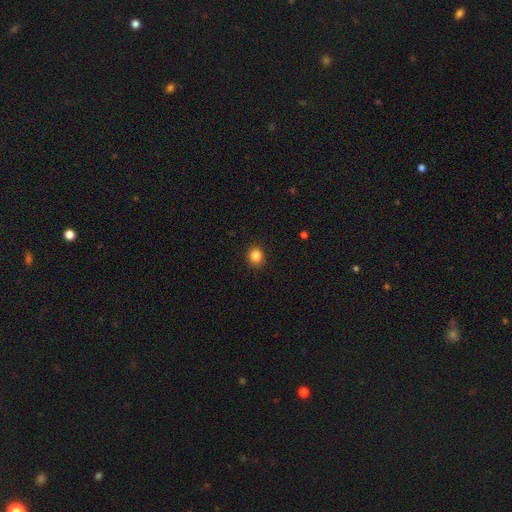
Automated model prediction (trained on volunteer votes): Morphology: type=smooth (84%); roundness=round (83%); merging=none (91%).